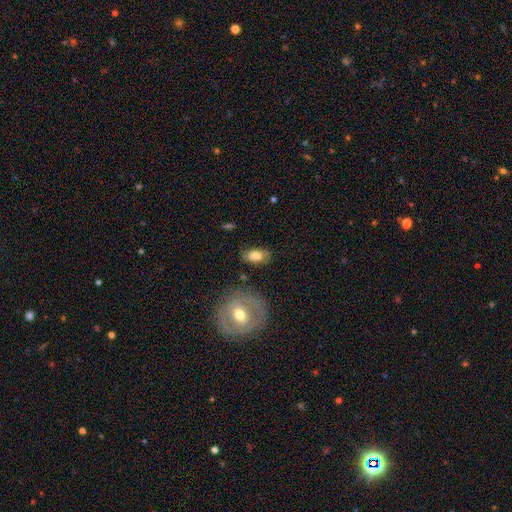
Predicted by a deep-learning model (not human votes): A smooth galaxy with no disk features (75%) that is in between round and cigar-shaped (88%).

Vote fractions:
- Smooth or featured? smooth: 75% / featured or disk: 17% / star or artifact: 8%
- How rounded? in between: 88% / round: 8% / cigar-shaped: 4%
- Merging? none: 75% / minor disturbance: 16% / major disturbance: 5% / merger: 4%